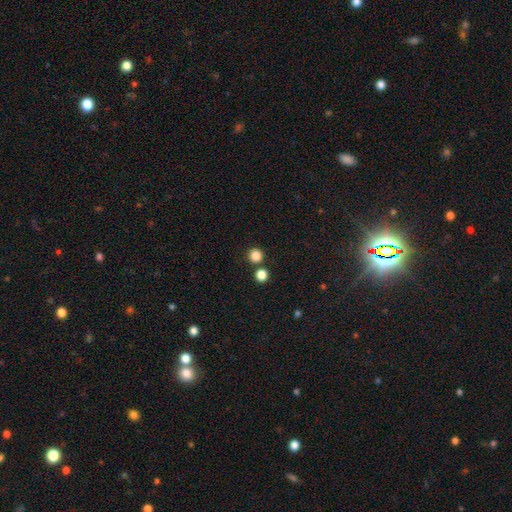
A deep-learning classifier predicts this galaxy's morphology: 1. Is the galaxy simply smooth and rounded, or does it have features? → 84% smooth, 12% star or artifact, 3% featured or disk.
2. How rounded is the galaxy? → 94% round, 5% in between, 1% cigar-shaped.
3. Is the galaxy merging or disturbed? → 81% none, 12% merger, 6% minor disturbance, 2% major disturbance.